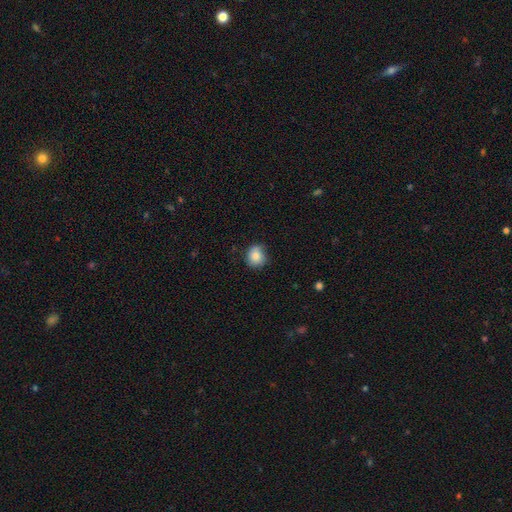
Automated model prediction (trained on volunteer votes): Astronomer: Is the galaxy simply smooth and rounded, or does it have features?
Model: smooth — 84%.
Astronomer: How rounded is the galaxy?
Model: round — 76%.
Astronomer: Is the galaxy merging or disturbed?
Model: none — 72%.